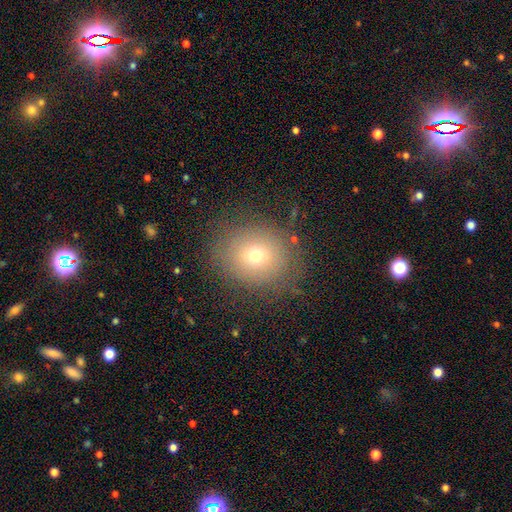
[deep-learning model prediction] smooth-or-featured: smooth: 67% | featured or disk: 17% | star or artifact: 16%
  how-rounded: round: 79% | in between: 20% | cigar-shaped: 1%
  merging: none: 78% | minor disturbance: 13% | major disturbance: 7% | merger: 1%